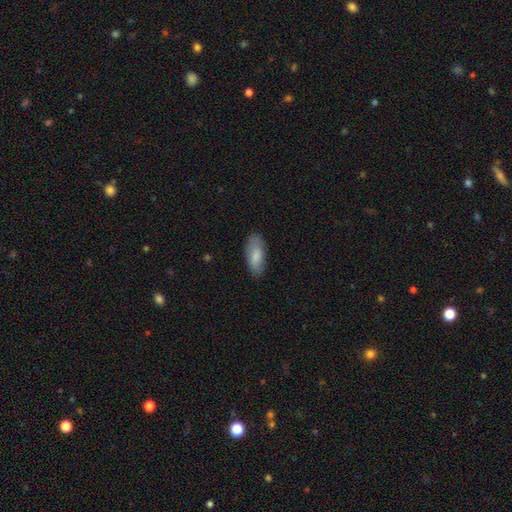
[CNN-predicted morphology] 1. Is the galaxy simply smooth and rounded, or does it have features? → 82% smooth, 12% featured or disk, 6% star or artifact.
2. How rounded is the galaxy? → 80% in between, 18% cigar-shaped, 2% round.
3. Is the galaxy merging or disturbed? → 81% none, 15% minor disturbance, 3% major disturbance, 1% merger.